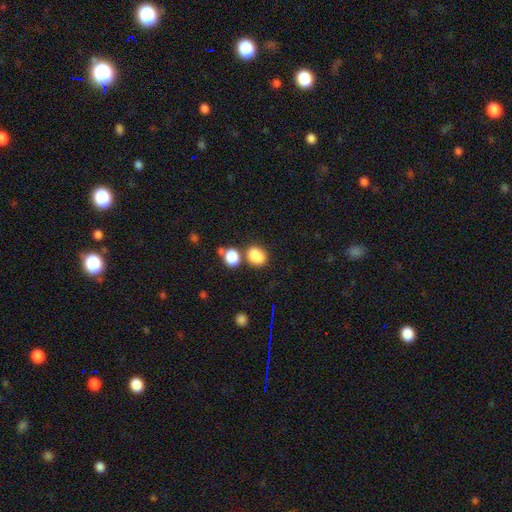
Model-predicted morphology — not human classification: A smooth galaxy with no disk features (84%) that is in between round and cigar-shaped (58%). Merging: none (60%).